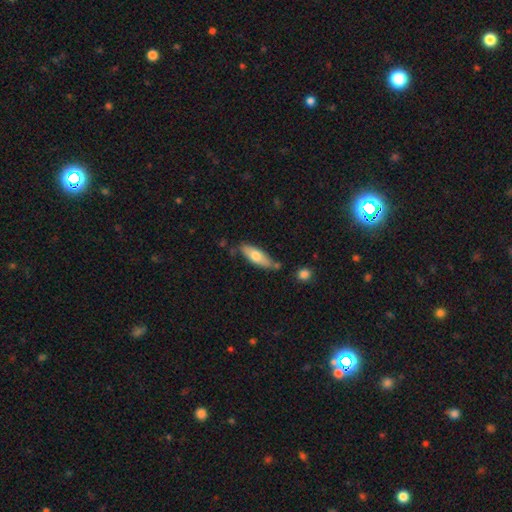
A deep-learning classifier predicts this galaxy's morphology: This is likely a smooth galaxy (64%). How rounded: possibly in between (55%). Merging: likely none (68%).